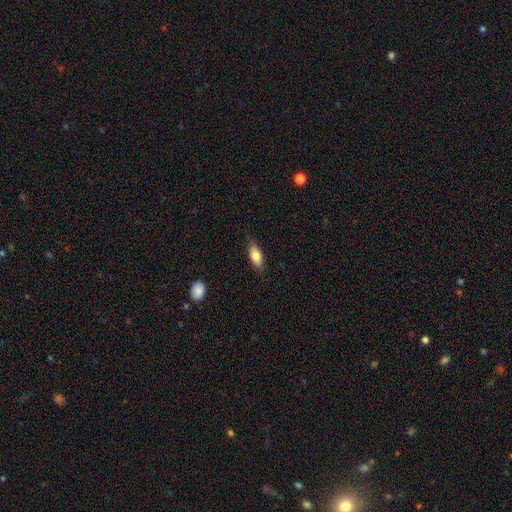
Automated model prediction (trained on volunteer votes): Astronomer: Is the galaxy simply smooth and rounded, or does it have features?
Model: smooth — 75%.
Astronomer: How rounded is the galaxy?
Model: in between — 74%.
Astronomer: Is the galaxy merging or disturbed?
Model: none — 78%.